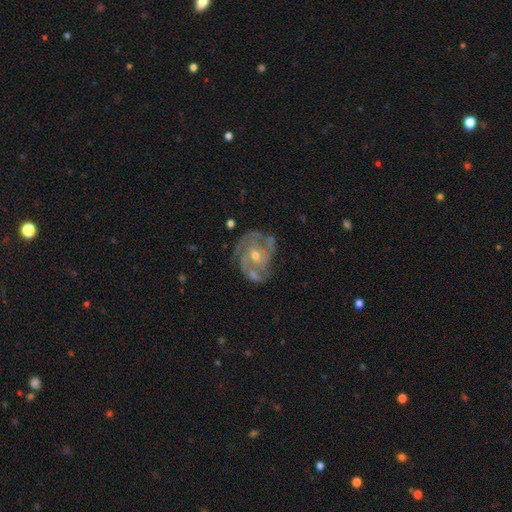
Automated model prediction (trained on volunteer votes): smooth_or_featured: featured or disk (p=0.87) [alt: smooth p=0.07]
disk_edge_on: no (p=0.98) [alt: yes p=0.02]
bar: no (p=0.56) [alt: weak p=0.35]
has_spiral_arms: yes (p=0.94) [alt: no p=0.06]
spiral_winding: tight (p=0.54) [alt: medium p=0.37]
spiral_arm_count: 3 (p=0.37) [alt: 2 p=0.21]
bulge_size: moderate (p=0.50) [alt: small p=0.46]
merging: none (p=0.60) [alt: minor disturbance p=0.21]